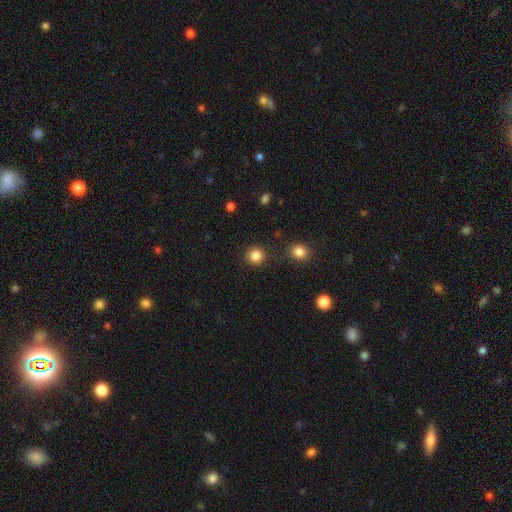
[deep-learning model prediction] This appears to be a smooth galaxy with no disk features (85%) that is round (94%). Merging: none (89%).